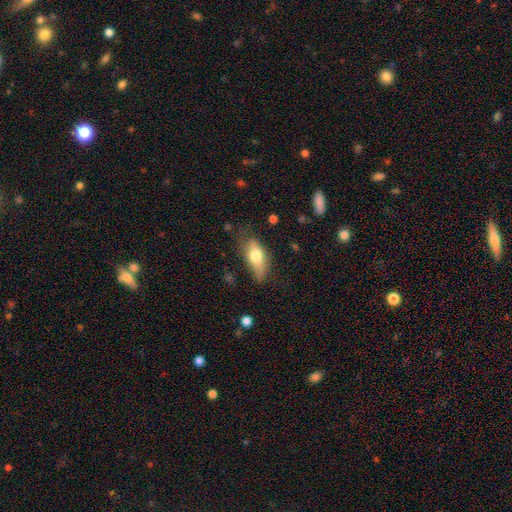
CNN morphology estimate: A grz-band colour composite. It shows a smooth galaxy with no disk features (71%) that is in between round and cigar-shaped (81%). Merging: none (61%).